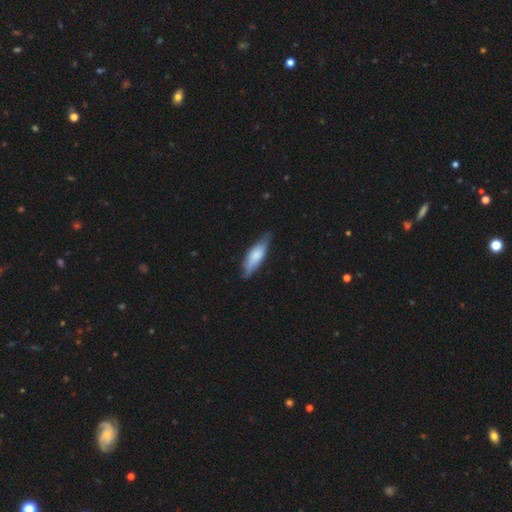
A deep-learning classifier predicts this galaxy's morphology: A smooth galaxy with no disk features (66%) that is in between round and cigar-shaped (54%). Merging: none (69%).